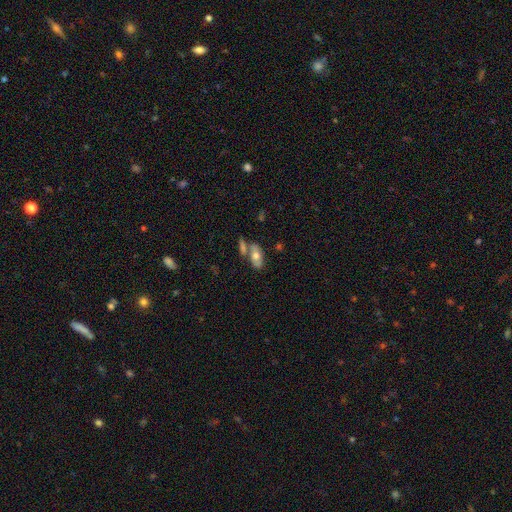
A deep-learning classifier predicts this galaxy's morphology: This is likely a smooth galaxy (62%). How rounded: clearly in between (88%). Merging: possibly none (49%).